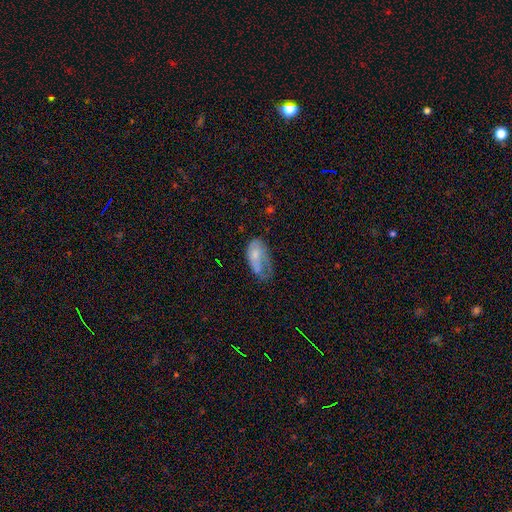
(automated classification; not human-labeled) Q: Smooth or featured?
A: smooth (63%); runner-up: featured or disk (30%)
Q: How rounded?
A: in between (92%); runner-up: round (4%)
Q: Merging?
A: major disturbance (40%); runner-up: minor disturbance (32%)